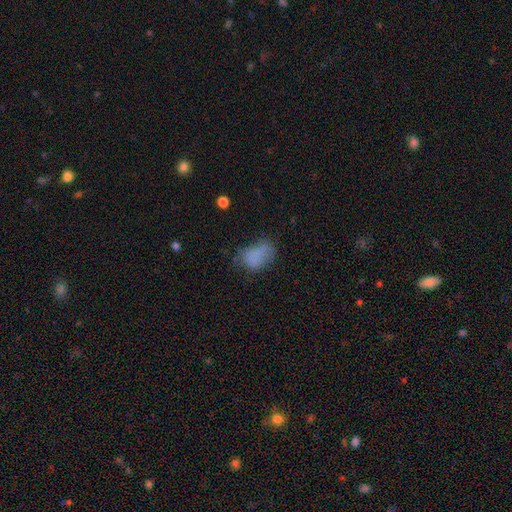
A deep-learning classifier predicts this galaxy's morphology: A smooth galaxy with no disk features (75%) that is in between round and cigar-shaped (85%).

Vote fractions:
- Smooth or featured? smooth: 75% / featured or disk: 14% / star or artifact: 12%
- How rounded? in between: 85% / round: 13% / cigar-shaped: 2%
- Merging? none: 40% / minor disturbance: 33% / major disturbance: 23% / merger: 4%